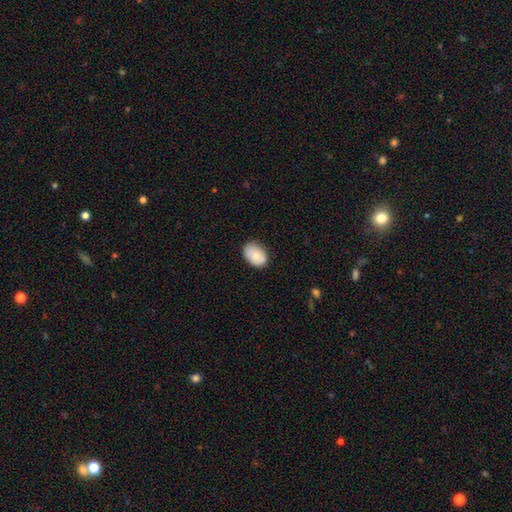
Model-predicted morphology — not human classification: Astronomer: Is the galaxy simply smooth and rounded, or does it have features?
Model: smooth — 77%.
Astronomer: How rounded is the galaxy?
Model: in between — 80%.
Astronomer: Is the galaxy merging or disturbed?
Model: none — 75%.